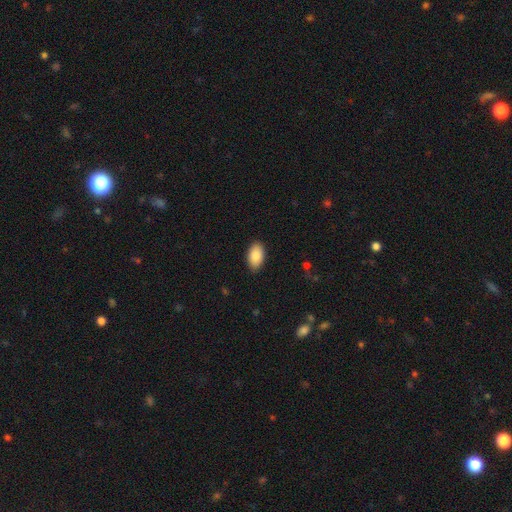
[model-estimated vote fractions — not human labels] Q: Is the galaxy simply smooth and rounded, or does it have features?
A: smooth — 87%.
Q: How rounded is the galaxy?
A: in between — 94%.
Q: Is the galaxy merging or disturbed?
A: none — 87%.